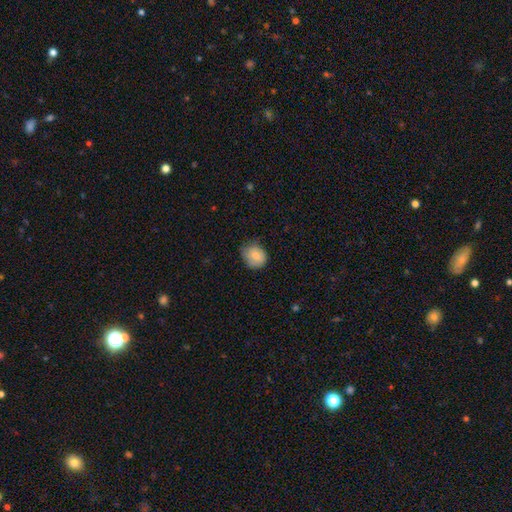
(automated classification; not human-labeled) Smooth or featured: smooth — 82% (featured or disk — 10%)
How rounded: round — 63% (in between — 36%)
Merging: none — 62% (minor disturbance — 31%)